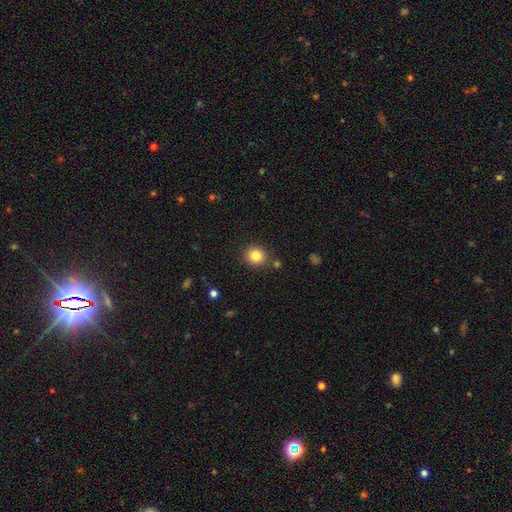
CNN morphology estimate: Overall: smooth (83%). How rounded: round (84%). Merging: none (85%).